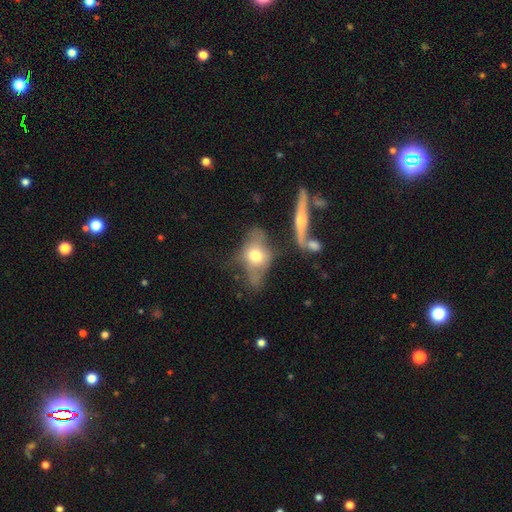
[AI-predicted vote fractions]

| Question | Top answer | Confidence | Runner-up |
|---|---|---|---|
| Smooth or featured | smooth | 51% | featured or disk (40%) |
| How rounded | in between | 72% | round (20%) |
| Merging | none | 35% | minor disturbance (25%) |